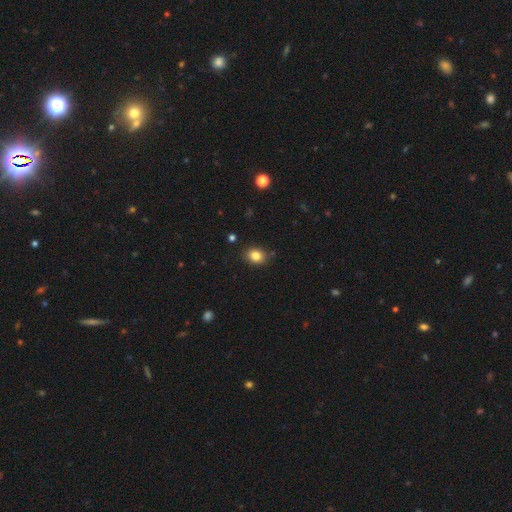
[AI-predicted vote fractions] A smooth galaxy with no disk features (84%) that is in between round and cigar-shaped (51%).

Vote fractions:
- Smooth or featured? smooth: 84% / star or artifact: 10% / featured or disk: 6%
- How rounded? in between: 51% / round: 48% / cigar-shaped: 1%
- Merging? none: 85% / minor disturbance: 11% / major disturbance: 2% / merger: 2%